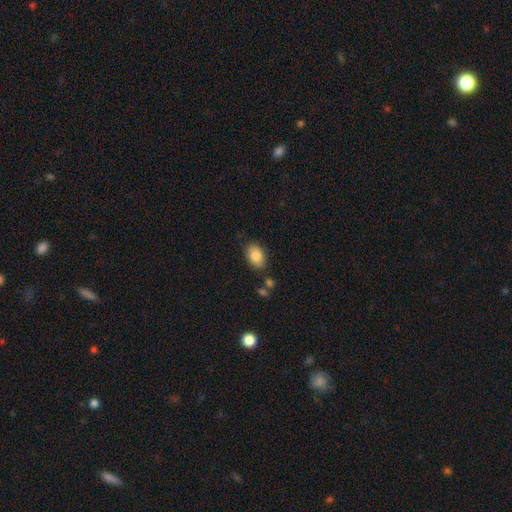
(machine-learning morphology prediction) Smooth or featured: smooth — 85% (featured or disk — 8%)
How rounded: in between — 86% (round — 13%)
Merging: none — 81% (minor disturbance — 12%)